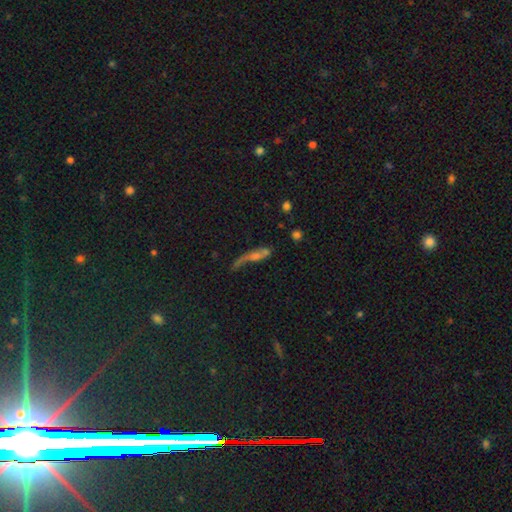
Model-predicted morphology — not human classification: Smooth or featured? Predicted: featured or disk (p=0.54). Edge-on disk? Predicted: no (p=0.56). Merging? Predicted: none (p=0.36).